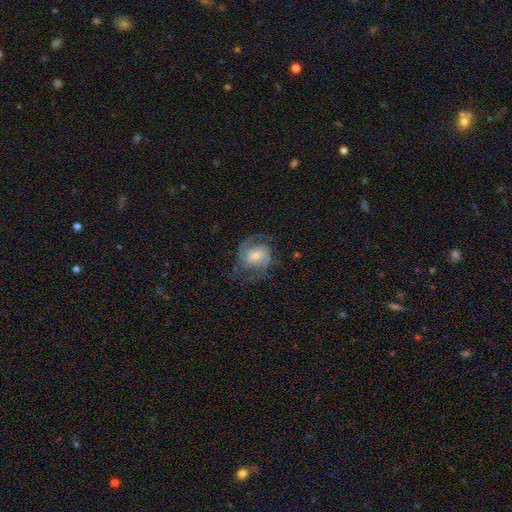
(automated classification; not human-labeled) This appears to be a featured or disk galaxy (81%) with no bar (45%), 2 (76%) medium (51%) spiral arms (95%) and a small central bulge (50%). Merging: none (66%).